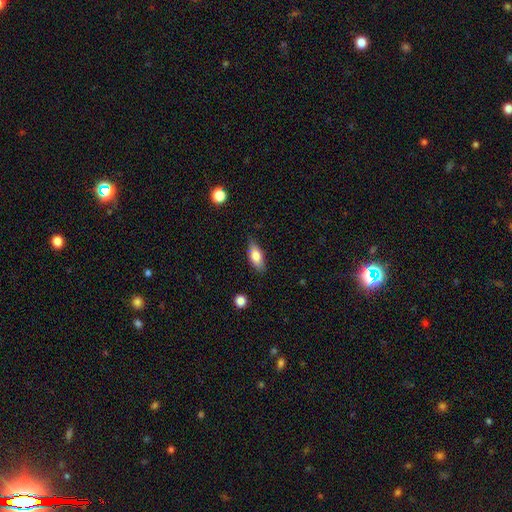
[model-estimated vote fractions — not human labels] Smooth or featured? smooth (74%)
How rounded? in between (80%)
Merging? none (78%)